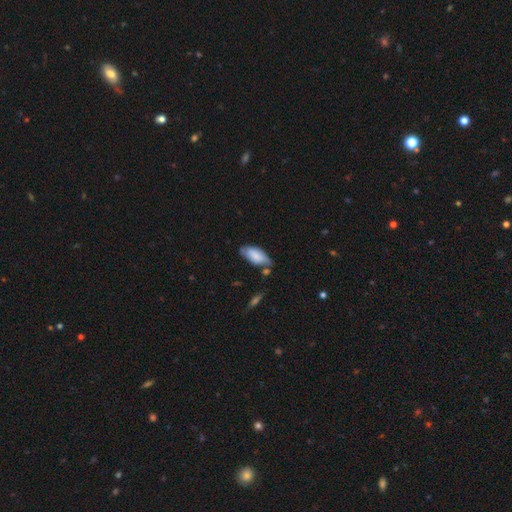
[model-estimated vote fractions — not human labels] A smooth galaxy with no disk features (73%) that is in between round and cigar-shaped (89%). Merging: none (54%).